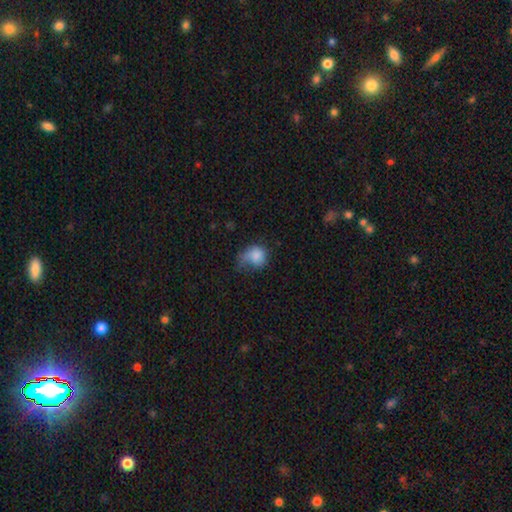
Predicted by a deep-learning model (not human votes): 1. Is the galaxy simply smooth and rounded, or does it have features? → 76% smooth, 15% featured or disk, 9% star or artifact.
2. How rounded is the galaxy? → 50% round, 49% in between, 1% cigar-shaped.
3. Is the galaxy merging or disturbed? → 41% major disturbance, 31% minor disturbance, 23% none, 4% merger.